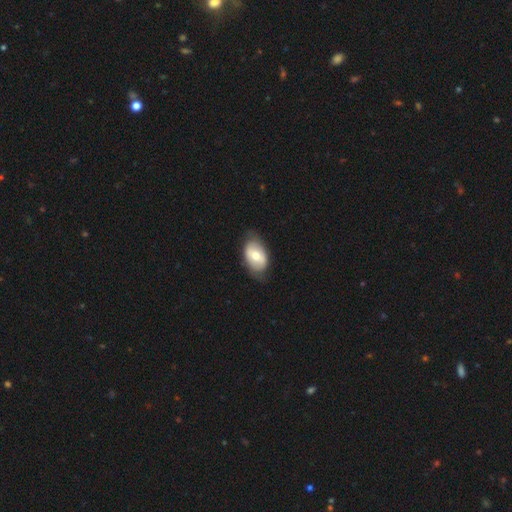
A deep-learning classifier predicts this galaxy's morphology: Overall: smooth (57%; featured or disk 37%). How rounded: in between (89%). Merging: none (73%).